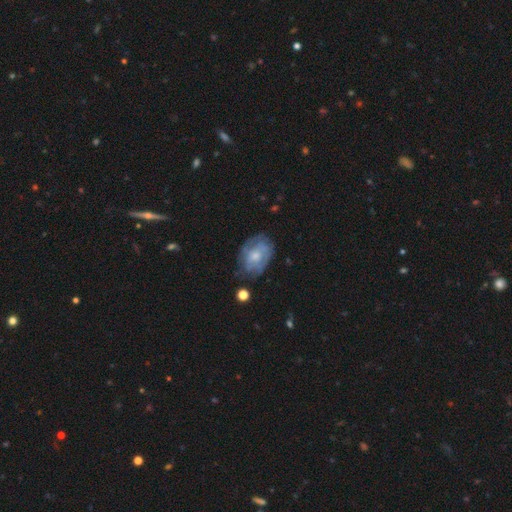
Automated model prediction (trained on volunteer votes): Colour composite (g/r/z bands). It shows a featured or disk galaxy (62%) with no bar (75%), spiral arms (60%) and a moderate central bulge (44%). Merging: none (62%).